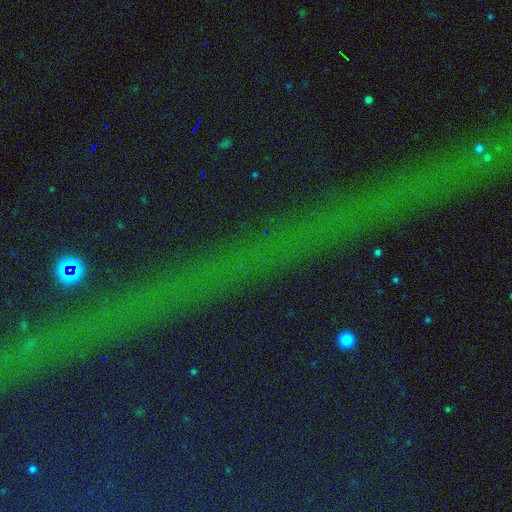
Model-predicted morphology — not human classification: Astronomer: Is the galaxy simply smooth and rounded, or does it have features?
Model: star or artifact — 80%.